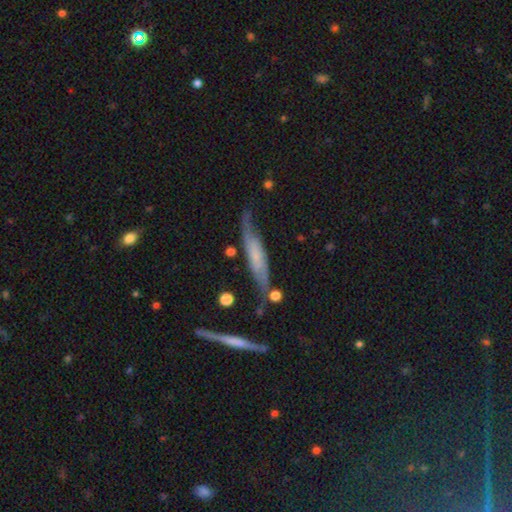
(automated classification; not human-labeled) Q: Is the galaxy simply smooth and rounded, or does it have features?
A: featured or disk — 61%.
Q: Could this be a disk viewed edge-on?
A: yes — 57%.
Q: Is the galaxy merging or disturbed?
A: none — 59%.